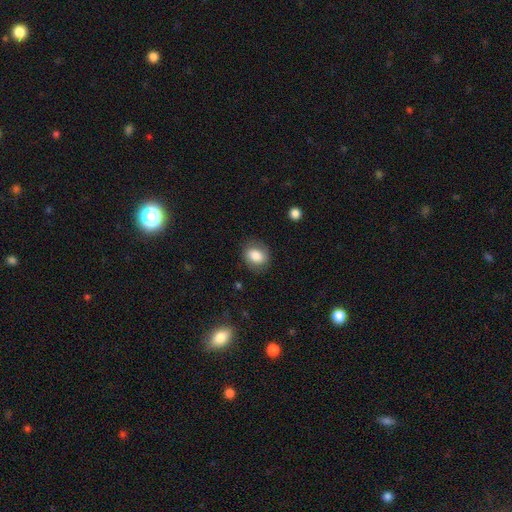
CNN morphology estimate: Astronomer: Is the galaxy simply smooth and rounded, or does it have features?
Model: smooth — 77%.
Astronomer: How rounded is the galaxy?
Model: in between — 52% (runner-up: round, 47%).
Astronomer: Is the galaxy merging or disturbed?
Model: none — 78%.